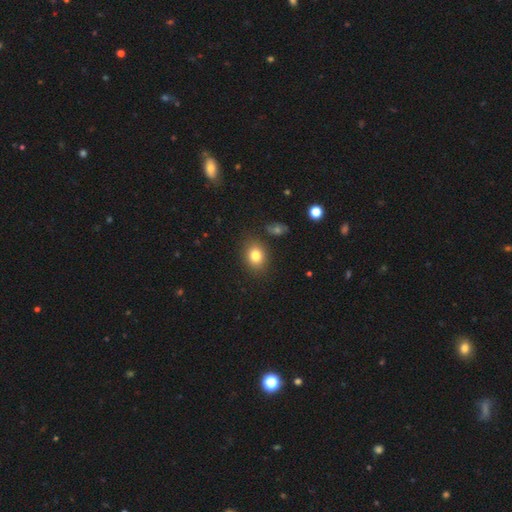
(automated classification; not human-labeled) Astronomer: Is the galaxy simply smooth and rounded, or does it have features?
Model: smooth — 80%.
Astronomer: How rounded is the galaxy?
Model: round — 50% (runner-up: in between, 49%).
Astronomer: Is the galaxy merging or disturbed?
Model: none — 84%.